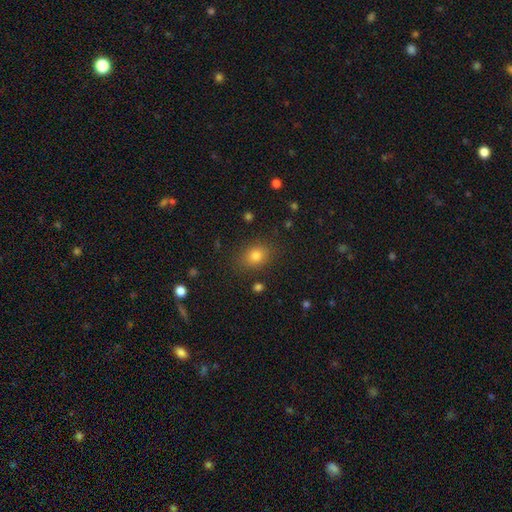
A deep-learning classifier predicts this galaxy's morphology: smooth_or_featured: smooth (p=0.79) [alt: star or artifact p=0.13]
how_rounded: in between (p=0.55) [alt: round p=0.44]
merging: none (p=0.84) [alt: minor disturbance p=0.11]